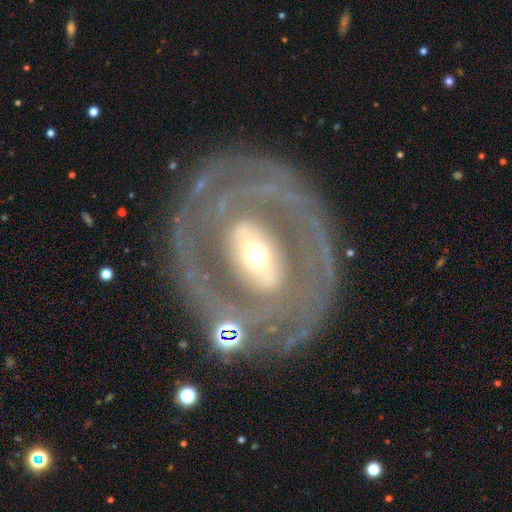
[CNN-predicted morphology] This is clearly a featured or disk galaxy (81%). It is clearly not viewed edge-on (95%). Bar: marginally strong (41%). Spiral arm pattern: likely yes (67%). Spiral arm count: possibly 2 (47%). Spiral winding: likely tight (64%). Central bulge: possibly moderate (53%). Merging: likely none (75%).